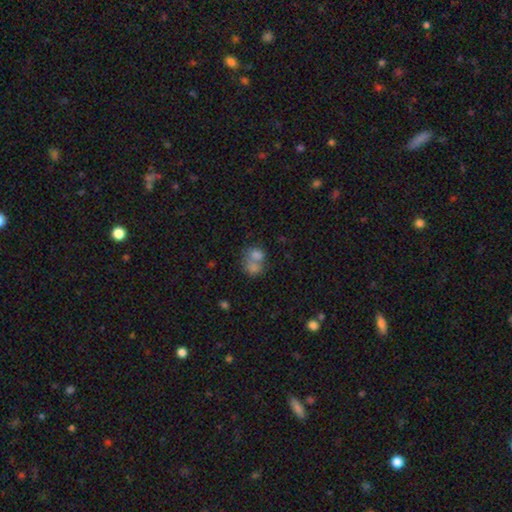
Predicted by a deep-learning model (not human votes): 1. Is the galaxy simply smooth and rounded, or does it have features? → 71% smooth, 17% featured or disk, 12% star or artifact.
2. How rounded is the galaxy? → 50% round, 48% in between, 1% cigar-shaped.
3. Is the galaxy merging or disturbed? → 66% merger, 22% none, 7% minor disturbance, 5% major disturbance.